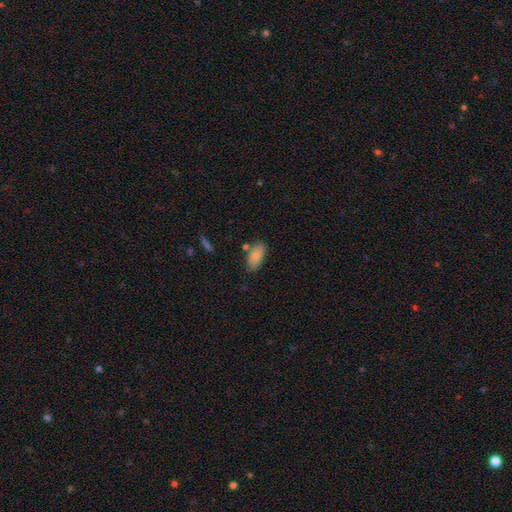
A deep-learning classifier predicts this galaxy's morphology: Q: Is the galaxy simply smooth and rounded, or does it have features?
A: smooth — 83%.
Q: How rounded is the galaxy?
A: in between — 93%.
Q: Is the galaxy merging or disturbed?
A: none — 73%.